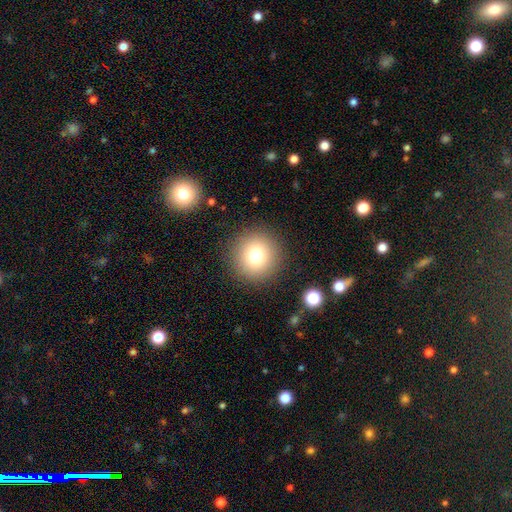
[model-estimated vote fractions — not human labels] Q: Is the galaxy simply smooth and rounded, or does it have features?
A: smooth — 76%.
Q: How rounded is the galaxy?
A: round — 95%.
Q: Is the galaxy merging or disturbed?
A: none — 90%.